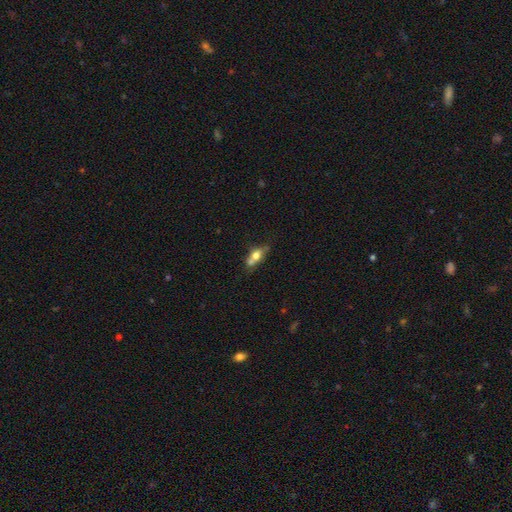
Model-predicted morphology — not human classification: A smooth galaxy with no disk features (59%) that is in between round and cigar-shaped (64%).

Vote fractions:
- Smooth or featured? smooth: 59% / featured or disk: 32% / star or artifact: 10%
- How rounded? in between: 64% / round: 18% / cigar-shaped: 17%
- Merging? none: 39% / merger: 37% / minor disturbance: 16% / major disturbance: 7%